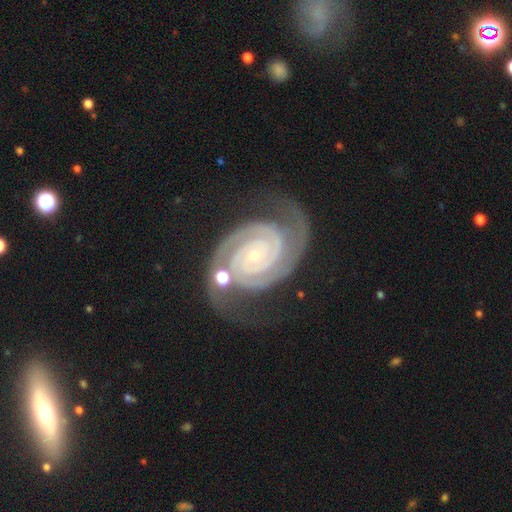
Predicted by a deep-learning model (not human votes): smooth_or_featured: featured or disk (p=0.93) [alt: star or artifact p=0.04]
disk_edge_on: no (p=0.98) [alt: yes p=0.02]
bar: no (p=0.71) [alt: weak p=0.18]
has_spiral_arms: yes (p=0.99) [alt: no p=0.01]
spiral_winding: tight (p=0.82) [alt: medium p=0.16]
spiral_arm_count: 2 (p=0.87) [alt: 3 p=0.06]
bulge_size: small (p=0.82) [alt: moderate p=0.13]
merging: none (p=0.70) [alt: minor disturbance p=0.17]